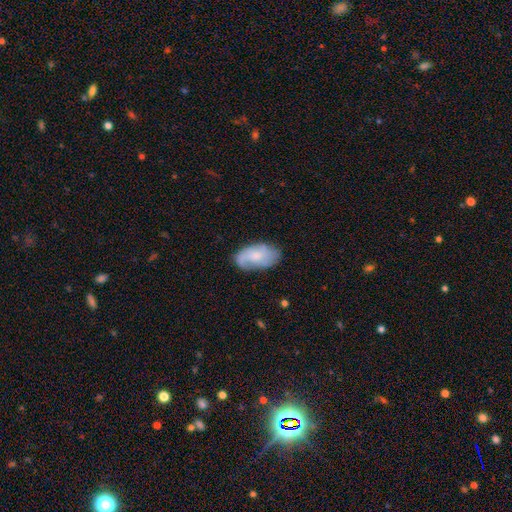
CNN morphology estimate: Q: Smooth or featured?
A: smooth (52%); runner-up: featured or disk (41%)
Q: How rounded?
A: in between (93%); runner-up: round (4%)
Q: Merging?
A: none (70%); runner-up: minor disturbance (22%)